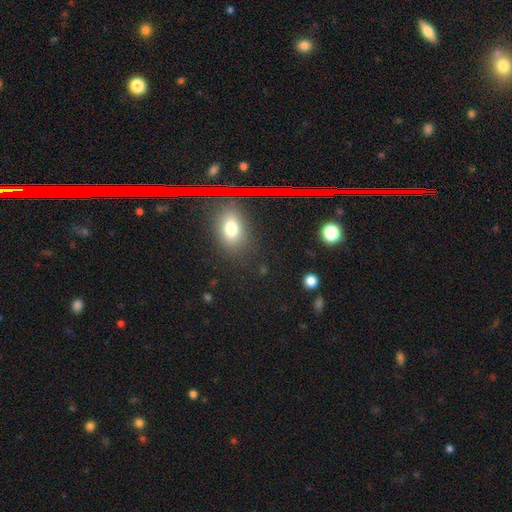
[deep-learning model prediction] A star or artifact, not a galaxy (61%).

Vote fractions:
- Smooth or featured? star or artifact: 61% / smooth: 28% / featured or disk: 12%